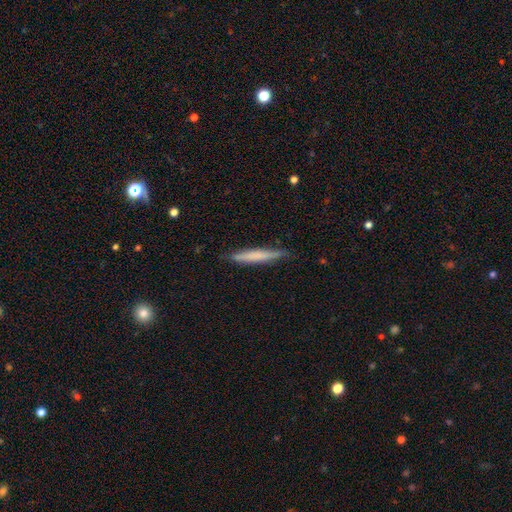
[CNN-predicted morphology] Smooth or featured? smooth (60%)
How rounded? cigar-shaped (95%)
Merging? none (84%)